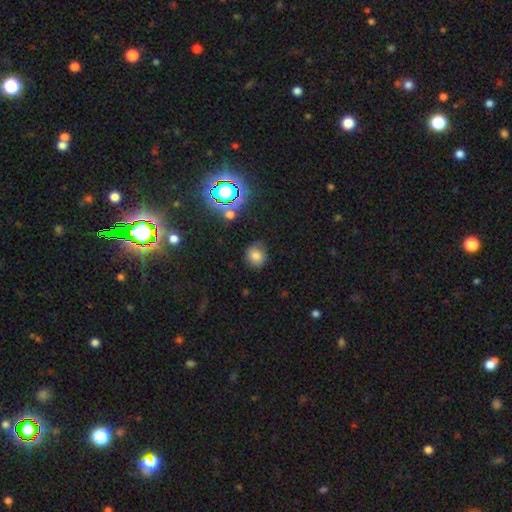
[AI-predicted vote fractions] This is likely a smooth galaxy (76%). How rounded: likely round (78%). Merging: likely none (77%).